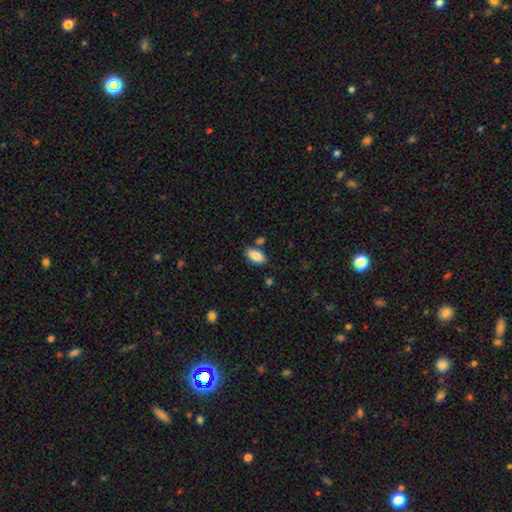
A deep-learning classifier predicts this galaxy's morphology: This appears to be a smooth galaxy with no disk features (86%) that is in between round and cigar-shaped (92%). Merging: none (79%).